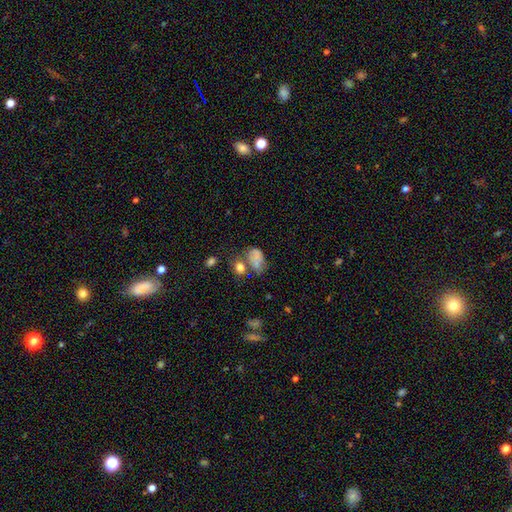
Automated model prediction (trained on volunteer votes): Smooth or featured?
  - smooth: 67% *
  - featured or disk: 19%
  - star or artifact: 14%
How rounded?
  - in between: 75% *
  - round: 24%
  - cigar-shaped: 2%
Merging?
  - none: 30% *
  - minor disturbance: 24%
  - merger: 23%
  - major disturbance: 22%